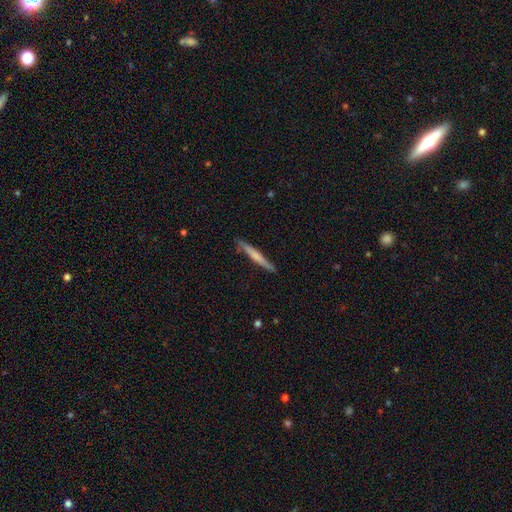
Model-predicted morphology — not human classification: Smooth or featured? smooth (53%)
How rounded? cigar-shaped (96%)
Merging? none (87%)